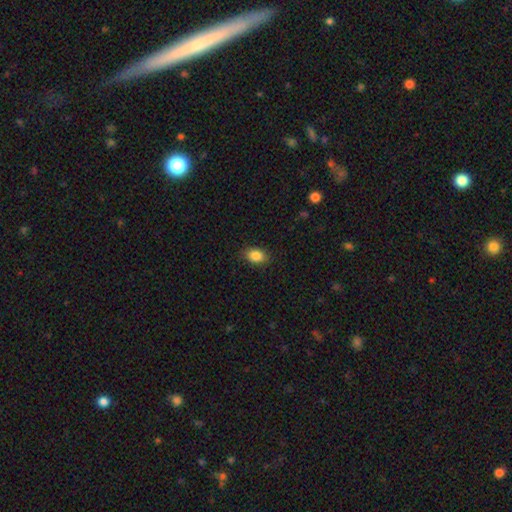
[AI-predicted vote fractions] Smooth or featured?
  - smooth: 87% *
  - star or artifact: 8%
  - featured or disk: 5%
How rounded?
  - in between: 83% *
  - round: 15%
  - cigar-shaped: 2%
Merging?
  - none: 87% *
  - minor disturbance: 10%
  - major disturbance: 2%
  - merger: 1%